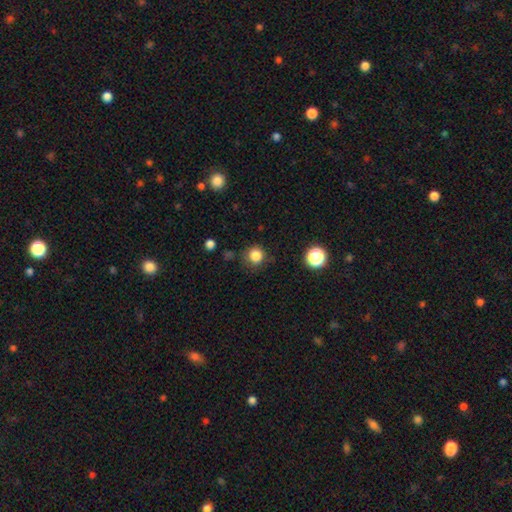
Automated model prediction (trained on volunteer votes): The model was most divided on "merging": none: 81%, minor disturbance: 13%, major disturbance: 4%, merger: 2%. More confident: how rounded — round (92%); smooth or featured — smooth (83%).